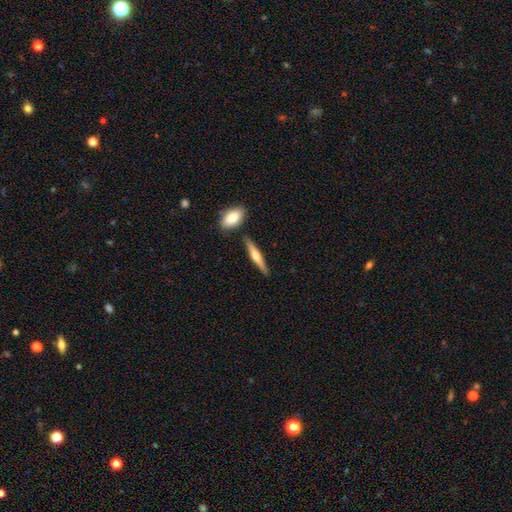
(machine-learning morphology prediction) Smooth or featured? Predicted: featured or disk (p=0.50). Merging? Predicted: none (p=0.83).